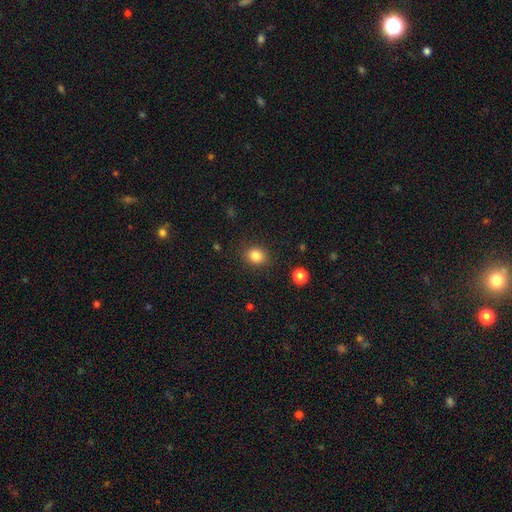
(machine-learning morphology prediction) type=smooth (85%); roundness=round (64%); merging=none (87%).